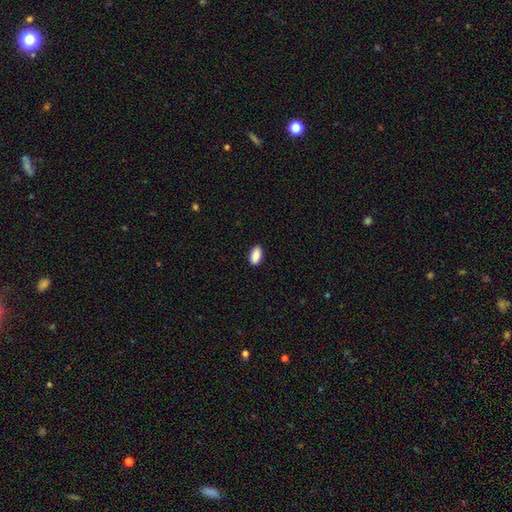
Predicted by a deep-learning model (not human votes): smooth_or_featured: smooth (p=0.90) [alt: star or artifact p=0.07]
how_rounded: in between (p=0.93) [alt: cigar-shaped p=0.05]
merging: none (p=0.89) [alt: minor disturbance p=0.08]